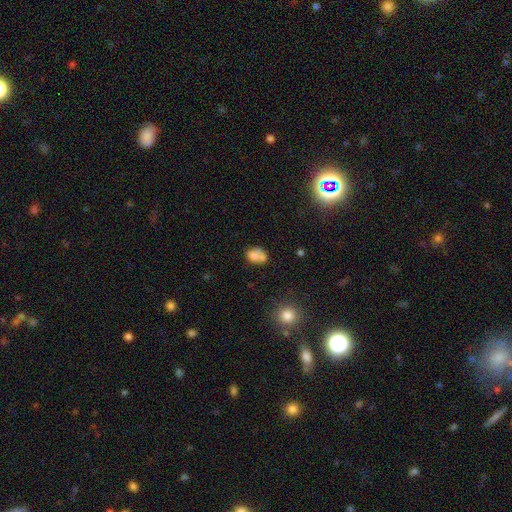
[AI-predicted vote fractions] Smooth or featured?
  - smooth: 65% *
  - featured or disk: 23%
  - star or artifact: 11%
How rounded?
  - in between: 62% *
  - round: 36%
  - cigar-shaped: 1%
Merging?
  - merger: 46% *
  - none: 31%
  - minor disturbance: 15%
  - major disturbance: 9%